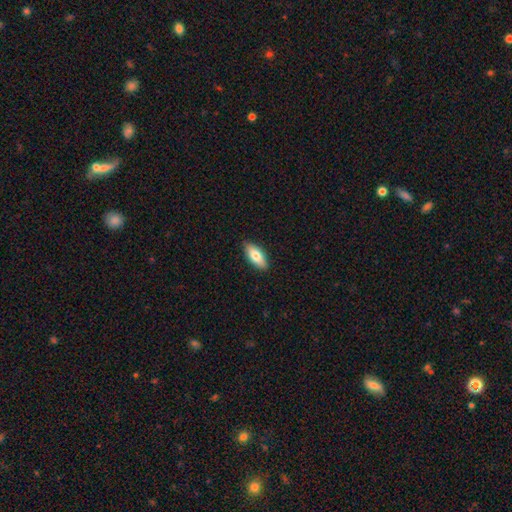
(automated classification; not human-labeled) The model was most divided on "smooth or featured": smooth: 76%, featured or disk: 18%, star or artifact: 6%. More confident: merging — none (89%); how rounded — in between (82%).